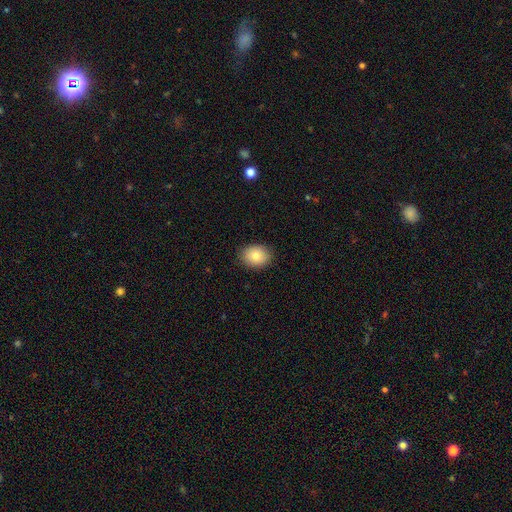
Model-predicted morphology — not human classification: Smooth or featured: smooth — 83% (featured or disk — 9%)
How rounded: in between — 53% (round — 46%)
Merging: none — 89% (minor disturbance — 8%)